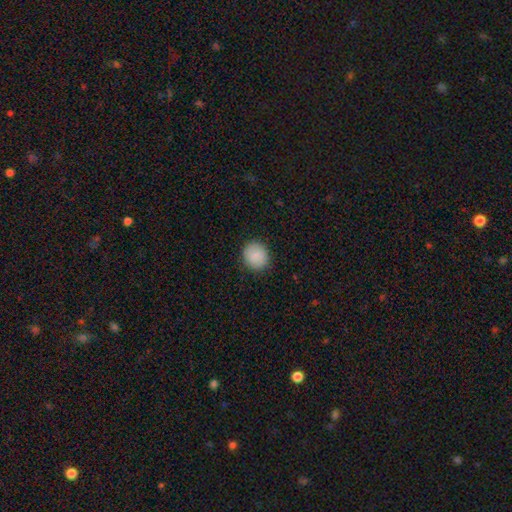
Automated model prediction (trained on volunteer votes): A smooth galaxy with no disk features (88%) that is round (82%). Merging: none (90%).